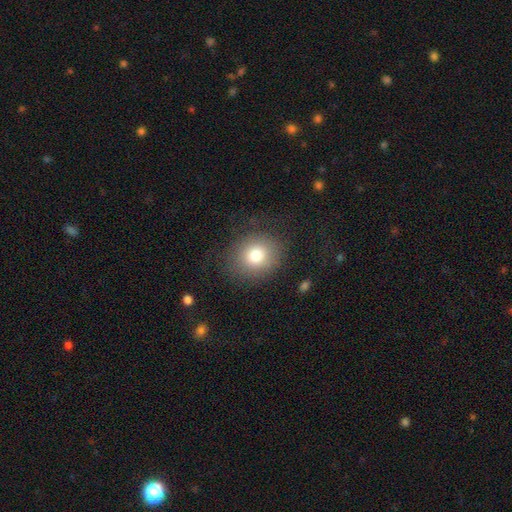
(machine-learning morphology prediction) The model was most divided on "how rounded": round: 78%, in between: 21%, cigar-shaped: 1%. More confident: merging — none (80%); smooth or featured — smooth (78%).